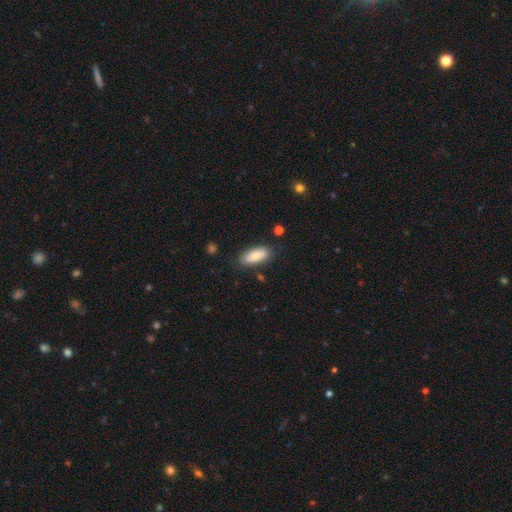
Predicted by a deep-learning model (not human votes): A smooth galaxy with no disk features (78%) that is in between round and cigar-shaped (84%).

Vote fractions:
- Smooth or featured? smooth: 78% / featured or disk: 16% / star or artifact: 6%
- How rounded? in between: 84% / cigar-shaped: 14% / round: 2%
- Merging? none: 79% / minor disturbance: 15% / major disturbance: 3% / merger: 2%